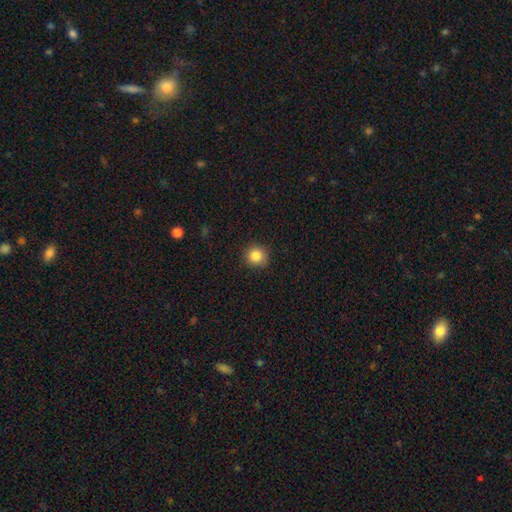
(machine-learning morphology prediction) This is clearly a smooth galaxy (85%). How rounded: clearly round (91%). Merging: clearly none (87%).